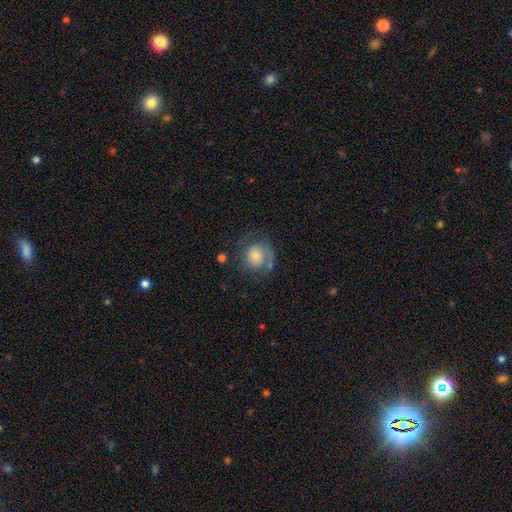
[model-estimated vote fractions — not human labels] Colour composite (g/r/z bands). It shows a smooth galaxy with no disk features (49%). Merging: none (56%).